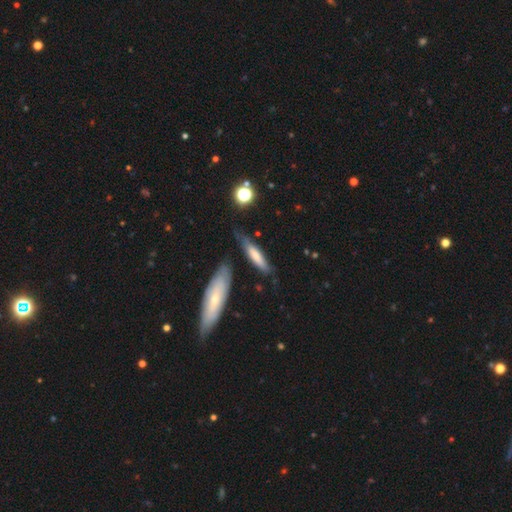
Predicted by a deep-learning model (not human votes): smooth-or-featured: smooth: 66% | featured or disk: 28% | star or artifact: 6%
  how-rounded: cigar-shaped: 75% | in between: 23% | round: 2%
  merging: none: 62% | minor disturbance: 24% | major disturbance: 8% | merger: 6%